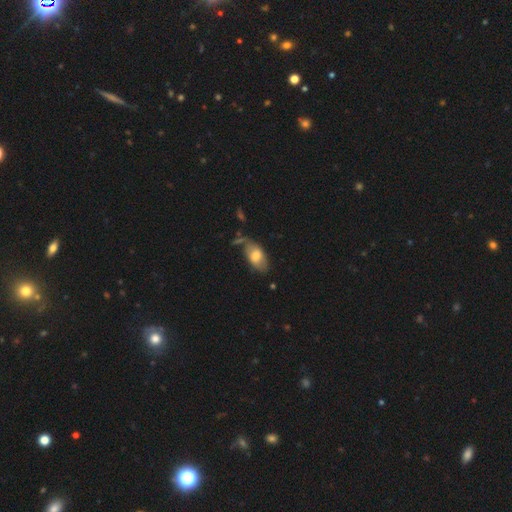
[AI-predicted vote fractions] Smooth or featured? Predicted: smooth (p=0.66). How rounded? Predicted: in between (p=0.92). Merging? Predicted: none (p=0.53).